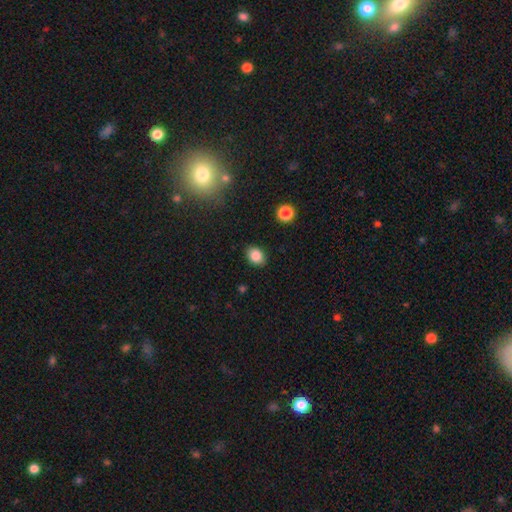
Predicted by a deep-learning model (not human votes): Smooth or featured? Predicted: smooth (p=0.85). How rounded? Predicted: in between (p=0.70). Merging? Predicted: none (p=0.88).